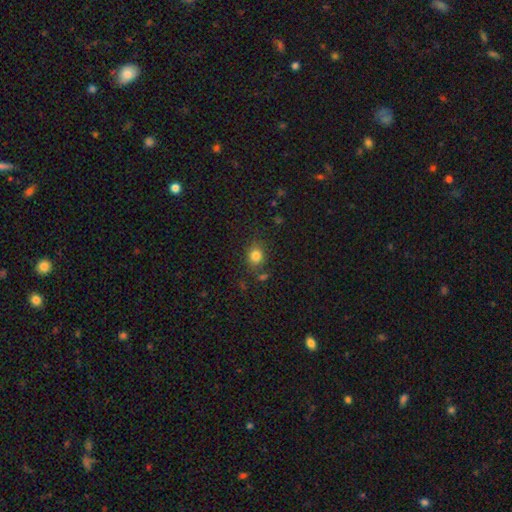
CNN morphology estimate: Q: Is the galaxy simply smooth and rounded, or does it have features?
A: smooth — 81%.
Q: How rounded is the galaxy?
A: round — 71%.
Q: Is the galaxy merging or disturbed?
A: none — 76%.